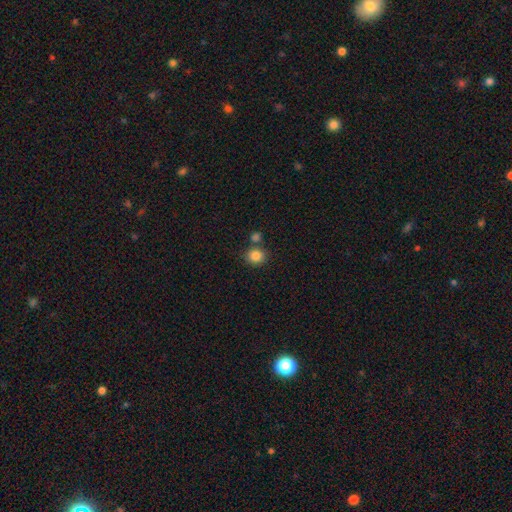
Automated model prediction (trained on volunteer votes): smooth 85%, star or artifact 10%, featured or disk 5%. Down the decision tree: how rounded — round (81%); merging — none (70%).